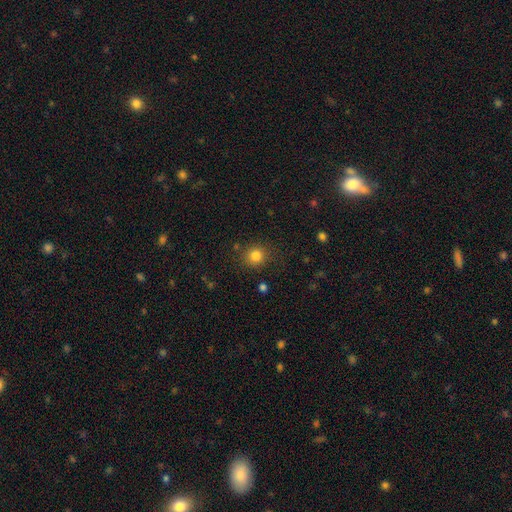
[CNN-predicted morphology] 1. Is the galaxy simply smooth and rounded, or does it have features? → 82% smooth, 13% star or artifact, 5% featured or disk.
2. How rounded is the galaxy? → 88% round, 11% in between, 1% cigar-shaped.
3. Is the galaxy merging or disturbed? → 84% none, 10% minor disturbance, 4% major disturbance, 2% merger.